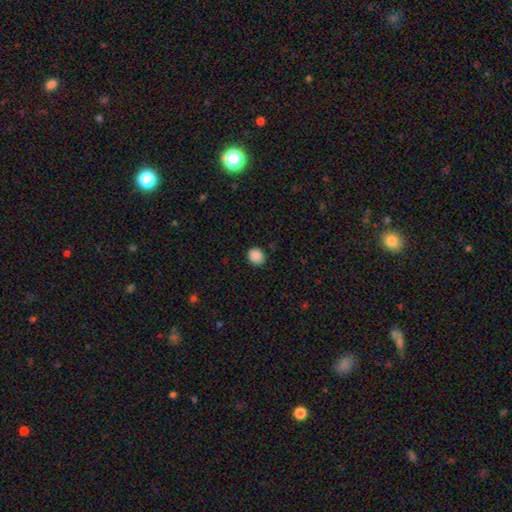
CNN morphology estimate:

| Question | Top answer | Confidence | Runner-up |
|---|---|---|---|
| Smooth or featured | smooth | 88% | star or artifact (9%) |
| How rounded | round | 76% | in between (23%) |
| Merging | none | 87% | minor disturbance (10%) |